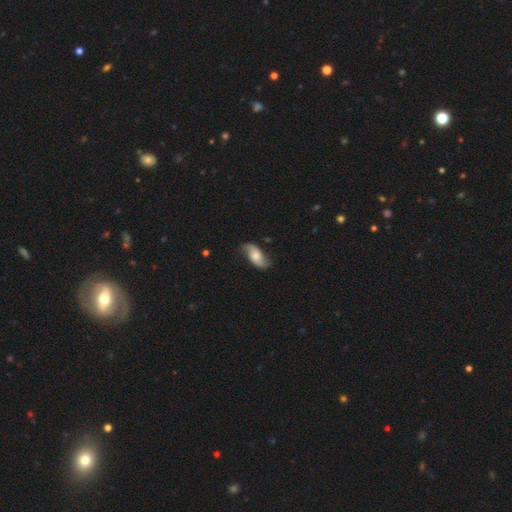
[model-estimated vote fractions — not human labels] The model was most divided on "bulge size": moderate: 45%, small: 25%, large: 18%, none: 9%, dominant: 3%. More confident: edge-on disk — no (93%); spiral arms — yes (91%); spiral arm count — 2 (91%); merging — none (75%); spiral winding — loose (67%); bar — no (65%); smooth or featured — featured or disk (61%).